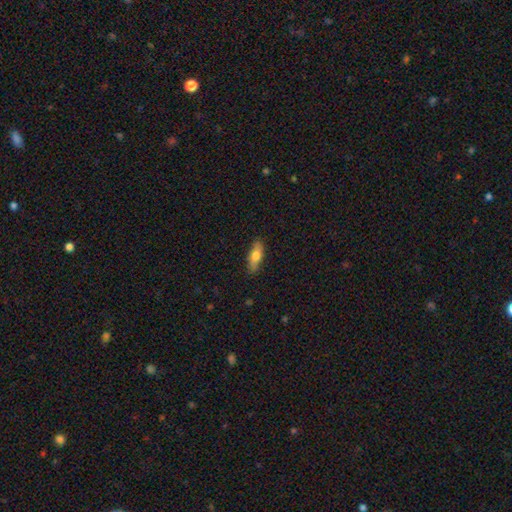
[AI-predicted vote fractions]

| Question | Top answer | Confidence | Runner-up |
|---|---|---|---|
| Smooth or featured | smooth | 70% | featured or disk (24%) |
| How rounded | in between | 58% | cigar-shaped (39%) |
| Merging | none | 85% | minor disturbance (12%) |